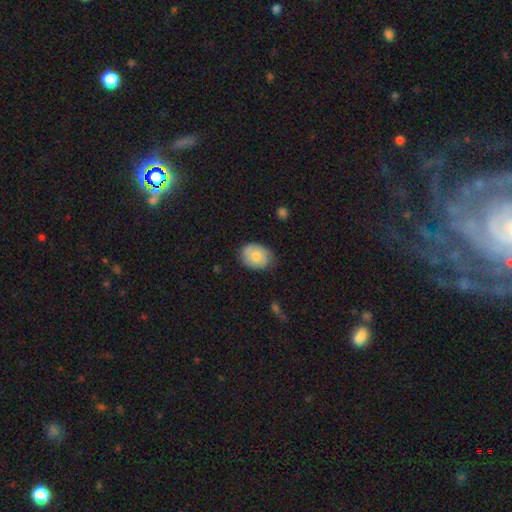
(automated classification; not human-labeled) The model was most divided on "how rounded": in between: 62%, round: 37%, cigar-shaped: 1%. More confident: merging — none (72%); smooth or featured — smooth (67%).